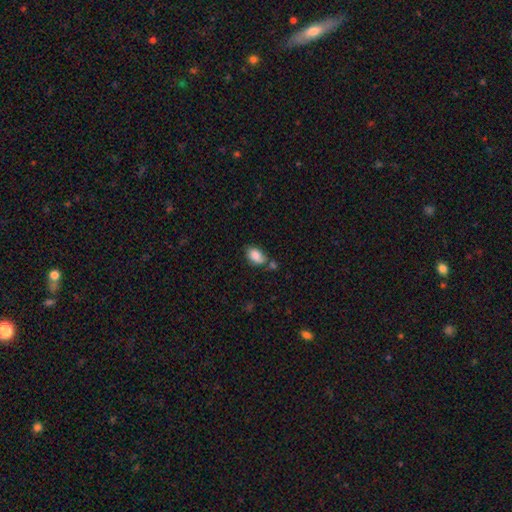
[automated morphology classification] A smooth galaxy with no disk features (84%) that is in between round and cigar-shaped (88%).

Vote fractions:
- Smooth or featured? smooth: 84% / featured or disk: 8% / star or artifact: 8%
- How rounded? in between: 88% / round: 11% / cigar-shaped: 2%
- Merging? none: 51% / minor disturbance: 23% / merger: 20% / major disturbance: 6%